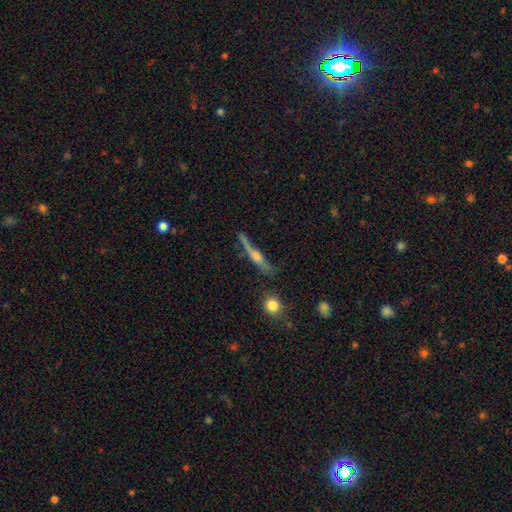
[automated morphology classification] type=featured or disk (69%); edge-on=yes (95%); edge-on bulge=rounded (83%); merging=none (71%).